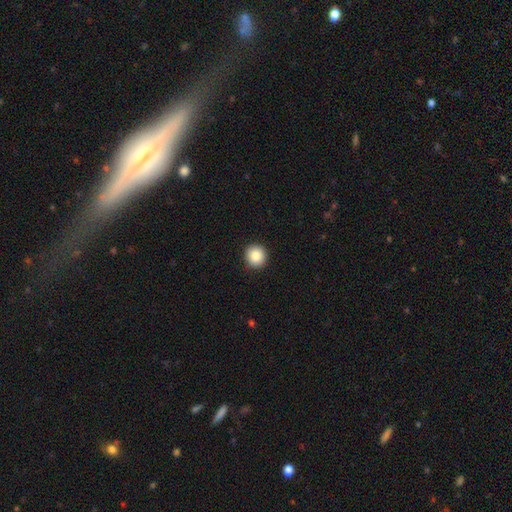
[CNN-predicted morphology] A smooth galaxy with no disk features (87%) that is round (93%).

Vote fractions:
- Smooth or featured? smooth: 87% / star or artifact: 9% / featured or disk: 5%
- How rounded? round: 93% / in between: 6% / cigar-shaped: 1%
- Merging? none: 91% / minor disturbance: 6% / major disturbance: 2% / merger: 1%